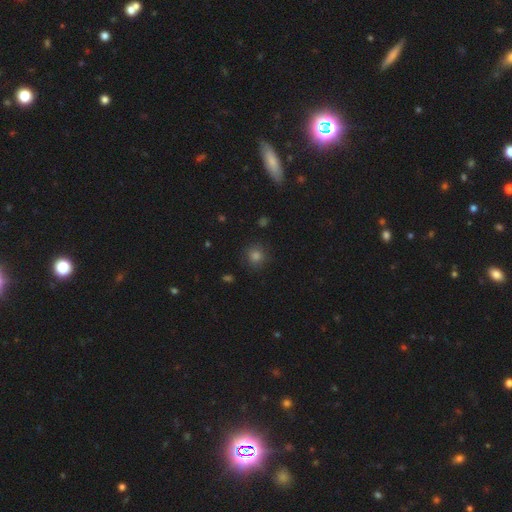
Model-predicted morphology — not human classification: The model was most divided on "smooth or featured": smooth: 78%, star or artifact: 16%, featured or disk: 6%. More confident: how rounded — round (91%); merging — none (88%).